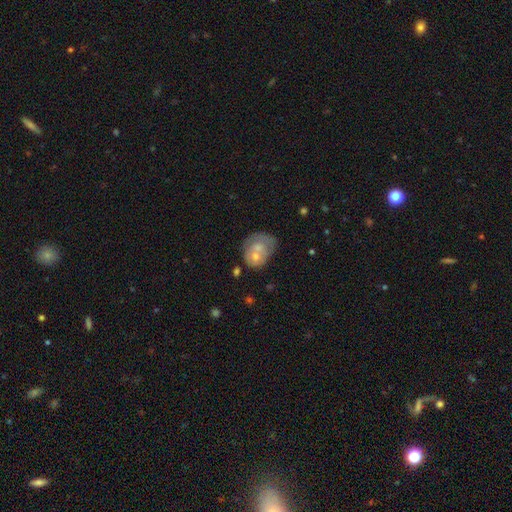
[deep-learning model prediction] The model was most divided on "smooth or featured": smooth: 49%, featured or disk: 43%, star or artifact: 8%. Remaining: merging — merger (35%).